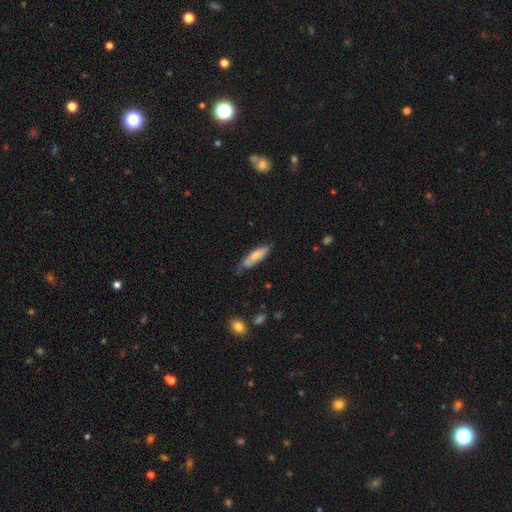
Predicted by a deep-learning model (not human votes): smooth 67%, featured or disk 27%, star or artifact 6%. Down the decision tree: how rounded — cigar-shaped (53%); merging — none (51%).